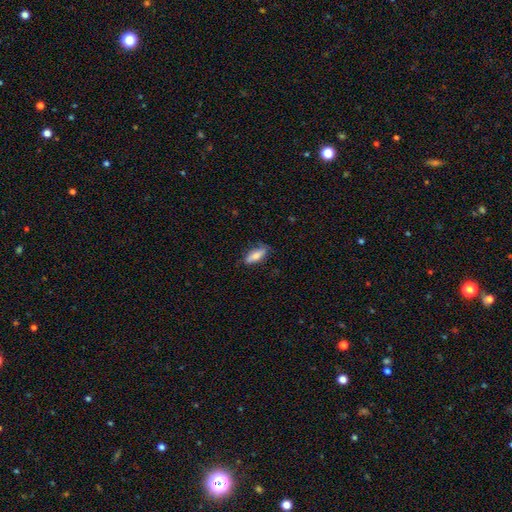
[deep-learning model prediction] The model was most divided on "how rounded": in between: 65%, cigar-shaped: 33%, round: 2%. More confident: smooth or featured — smooth (79%); merging — none (77%).